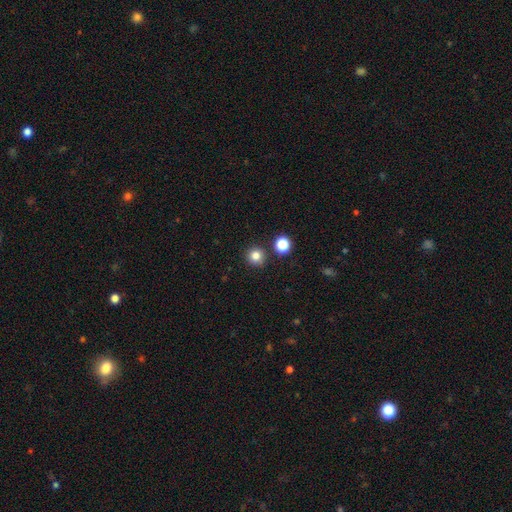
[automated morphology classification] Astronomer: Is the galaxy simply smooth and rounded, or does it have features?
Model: smooth — 81%.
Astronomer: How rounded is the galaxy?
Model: round — 94%.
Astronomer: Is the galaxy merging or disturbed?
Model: none — 86%.